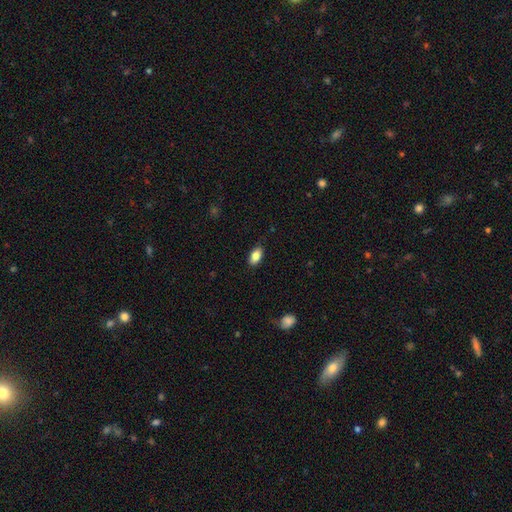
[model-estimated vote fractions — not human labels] A smooth galaxy with no disk features (85%) that is in between round and cigar-shaped (91%).

Vote fractions:
- Smooth or featured? smooth: 85% / featured or disk: 8% / star or artifact: 7%
- How rounded? in between: 91% / cigar-shaped: 5% / round: 4%
- Merging? none: 86% / minor disturbance: 11% / major disturbance: 2% / merger: 1%